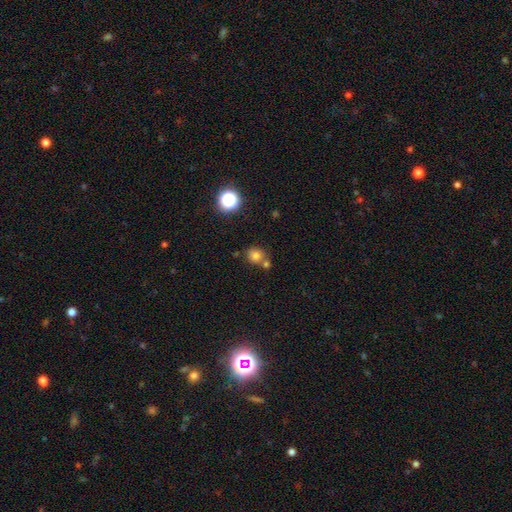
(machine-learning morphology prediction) type=smooth (75%); roundness=round (83%); merging=none (61%).